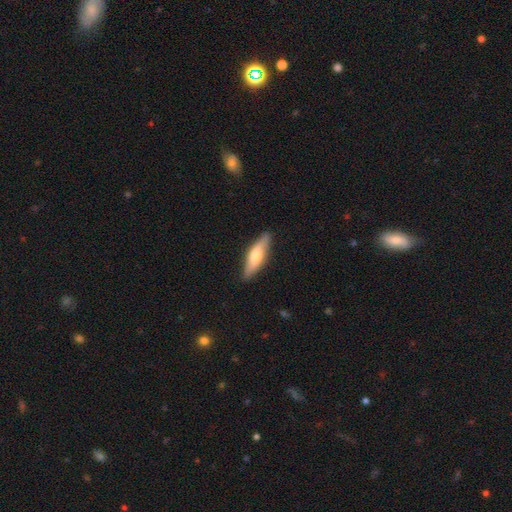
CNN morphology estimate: The model was most divided on "smooth or featured": smooth: 60%, featured or disk: 35%, star or artifact: 5%. More confident: merging — none (84%); how rounded — cigar-shaped (62%).